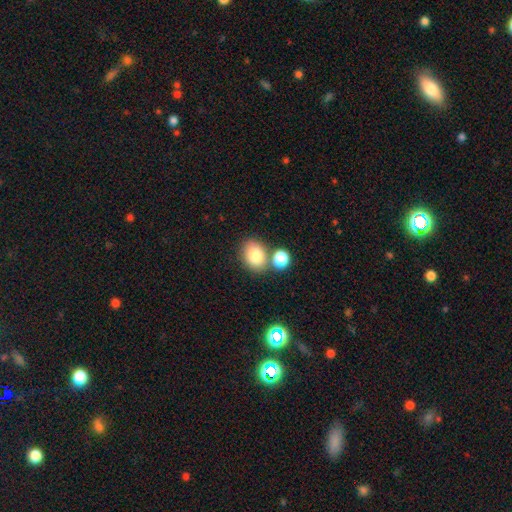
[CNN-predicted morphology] Smooth or featured? smooth (82%)
How rounded? in between (59%)
Merging? none (59%)